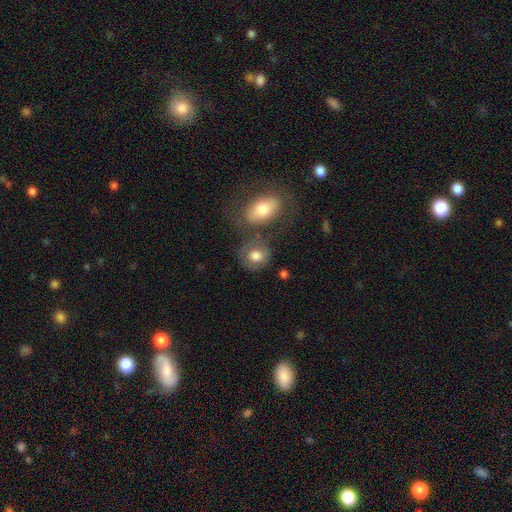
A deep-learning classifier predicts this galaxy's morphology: Q: Smooth or featured?
A: smooth (72%); runner-up: featured or disk (20%)
Q: How rounded?
A: round (68%); runner-up: in between (31%)
Q: Merging?
A: none (57%); runner-up: merger (18%)